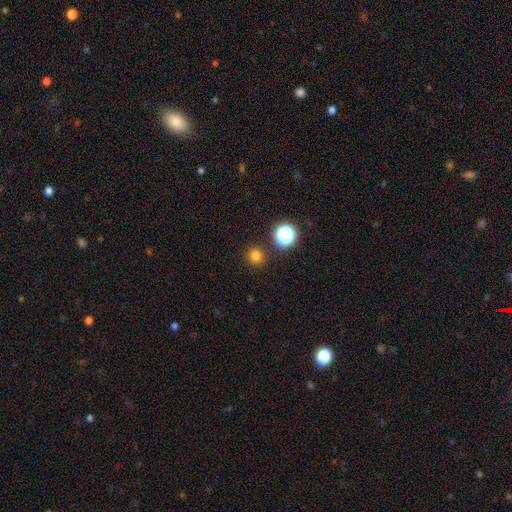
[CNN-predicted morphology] Smooth or featured: smooth — 78% (star or artifact — 18%)
How rounded: round — 95% (in between — 5%)
Merging: none — 90% (minor disturbance — 5%)